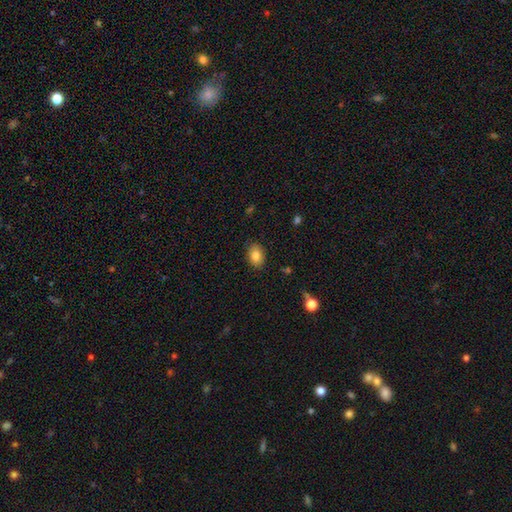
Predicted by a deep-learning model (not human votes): Q: Smooth or featured?
A: smooth (82%); runner-up: featured or disk (10%)
Q: How rounded?
A: in between (76%); runner-up: round (23%)
Q: Merging?
A: none (87%); runner-up: minor disturbance (10%)